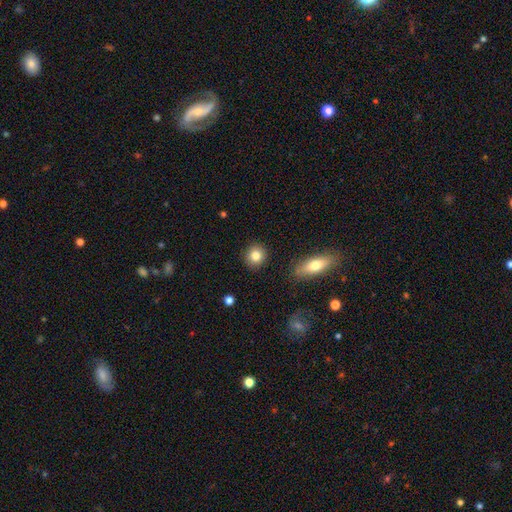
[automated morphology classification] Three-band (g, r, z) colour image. It shows a smooth galaxy with no disk features (82%) that is round (86%). Merging: none (90%).